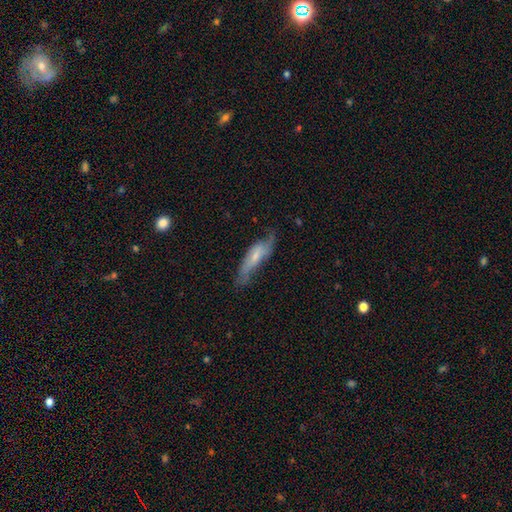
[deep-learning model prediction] smooth_or_featured: featured or disk (p=0.55) [alt: smooth p=0.37]
disk_edge_on: no (p=0.68) [alt: yes p=0.32]
merging: none (p=0.51) [alt: minor disturbance p=0.30]